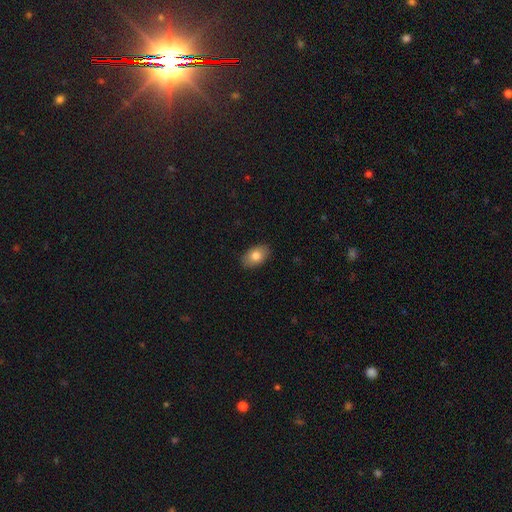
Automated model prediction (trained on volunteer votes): smooth-or-featured: smooth: 79% | featured or disk: 13% | star or artifact: 7%
  how-rounded: in between: 89% | round: 10% | cigar-shaped: 1%
  merging: none: 88% | minor disturbance: 9% | major disturbance: 2% | merger: 1%